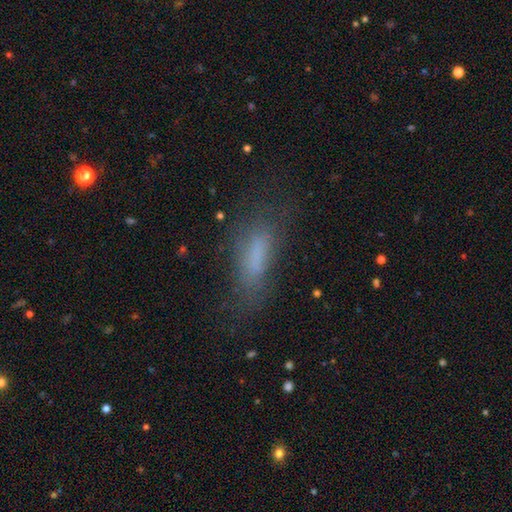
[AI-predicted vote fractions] Smooth or featured? smooth (70%)
How rounded? in between (52%)
Merging? none (62%)